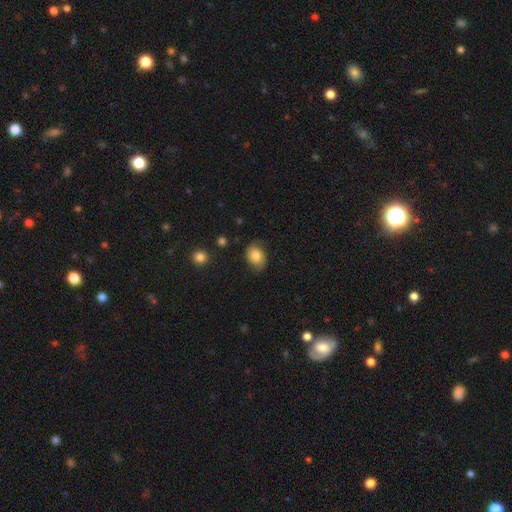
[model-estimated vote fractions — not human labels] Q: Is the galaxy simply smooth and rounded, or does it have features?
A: smooth — 77%.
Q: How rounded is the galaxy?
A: in between — 64%.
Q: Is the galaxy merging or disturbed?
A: none — 72%.